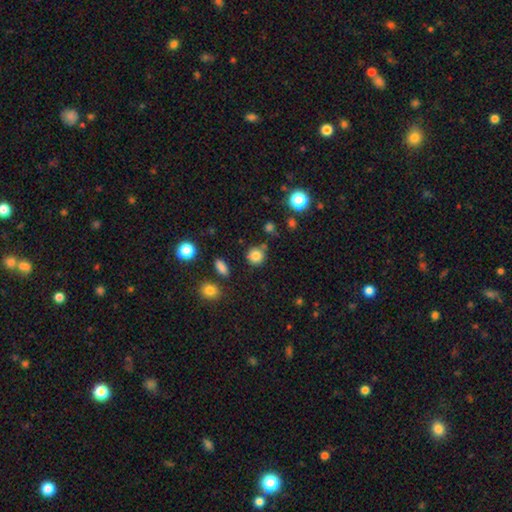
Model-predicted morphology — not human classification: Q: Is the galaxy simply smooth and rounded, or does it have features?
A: smooth — 83%.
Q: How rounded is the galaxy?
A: round — 90%.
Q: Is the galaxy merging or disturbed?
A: none — 80%.